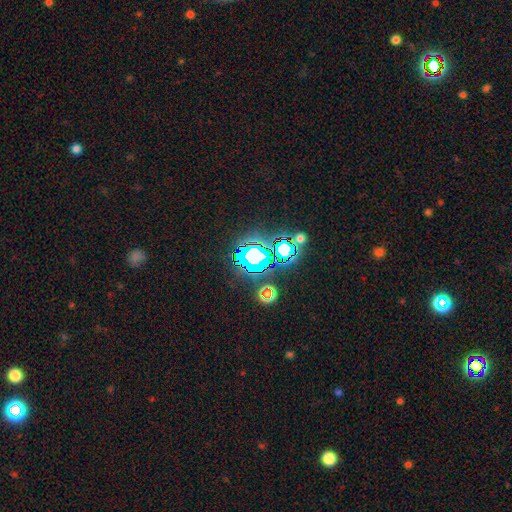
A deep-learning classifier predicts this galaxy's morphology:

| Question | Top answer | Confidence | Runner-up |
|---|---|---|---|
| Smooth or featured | star or artifact | 68% | smooth (18%) |